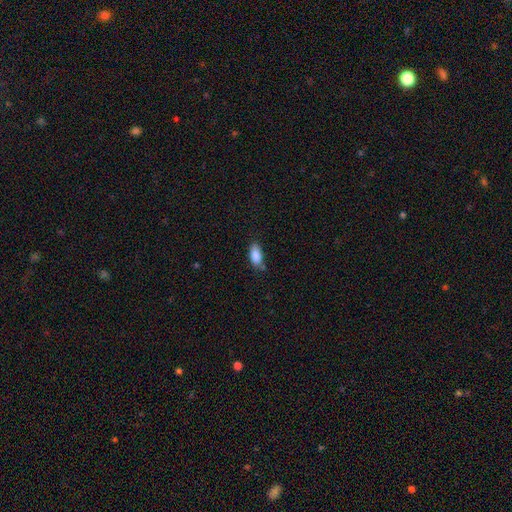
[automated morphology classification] The model was most divided on "merging": none: 69%, minor disturbance: 22%, merger: 5%, major disturbance: 4%. More confident: how rounded — in between (88%); smooth or featured — smooth (86%).